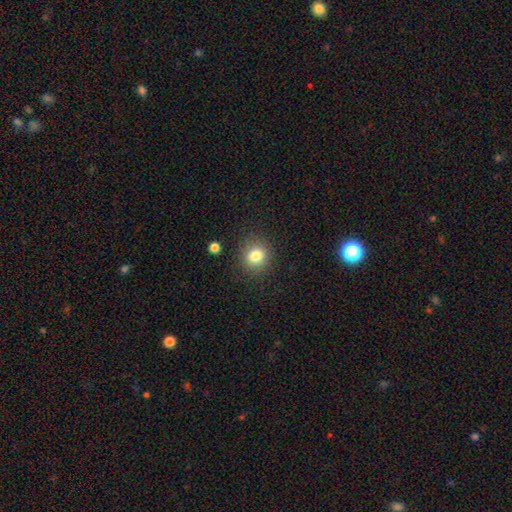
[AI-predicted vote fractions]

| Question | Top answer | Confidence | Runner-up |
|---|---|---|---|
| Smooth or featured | smooth | 81% | star or artifact (12%) |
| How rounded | round | 82% | in between (17%) |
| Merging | none | 87% | minor disturbance (8%) |